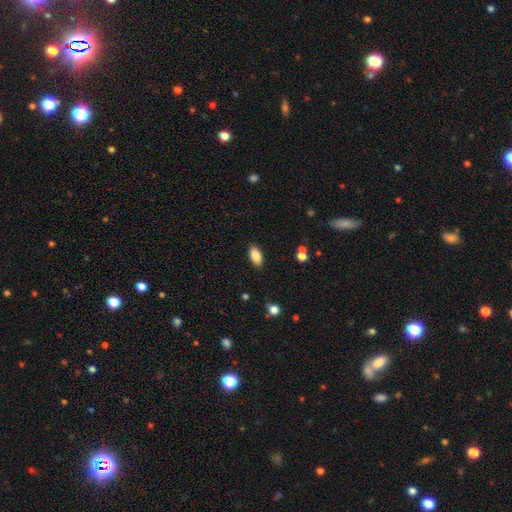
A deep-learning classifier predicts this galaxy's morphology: Smooth or featured? Predicted: smooth (p=0.86). How rounded? Predicted: in between (p=0.90). Merging? Predicted: none (p=0.87).